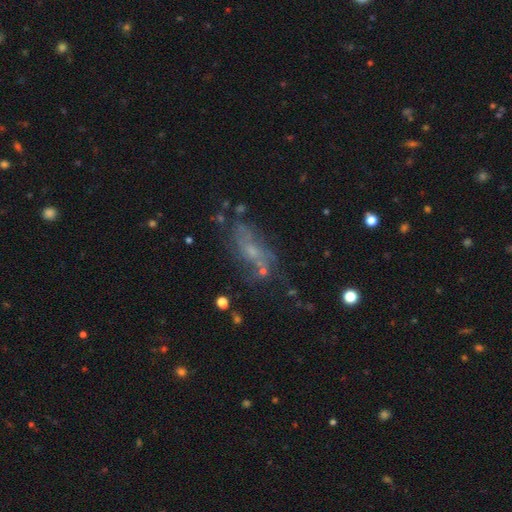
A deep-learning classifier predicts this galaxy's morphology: Q: Smooth or featured?
A: featured or disk (44%); runner-up: smooth (34%)
Q: Merging?
A: none (51%); runner-up: minor disturbance (20%)